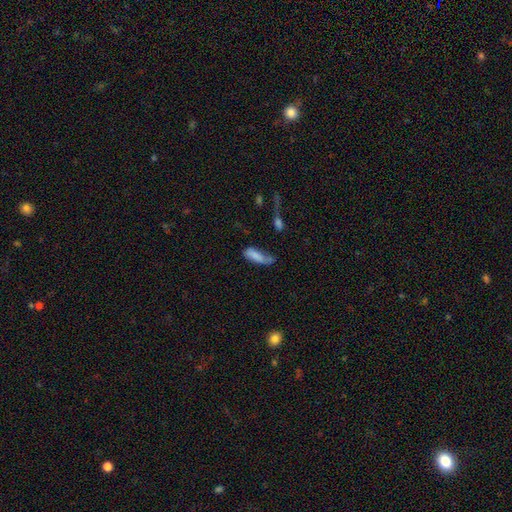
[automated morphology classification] The model was most divided on "merging": none: 39%, minor disturbance: 31%, major disturbance: 19%, merger: 11%. More confident: smooth or featured — smooth (77%); how rounded — in between (60%).